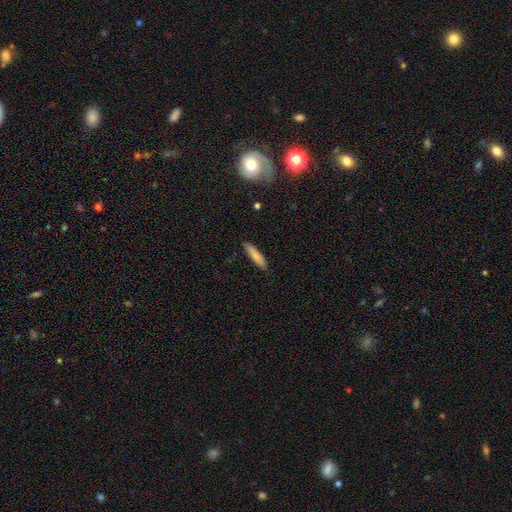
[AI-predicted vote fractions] Smooth or featured?
  - smooth: 79% *
  - featured or disk: 15%
  - star or artifact: 6%
How rounded?
  - cigar-shaped: 79% *
  - in between: 20%
  - round: 1%
Merging?
  - none: 87% *
  - minor disturbance: 10%
  - major disturbance: 2%
  - merger: 1%